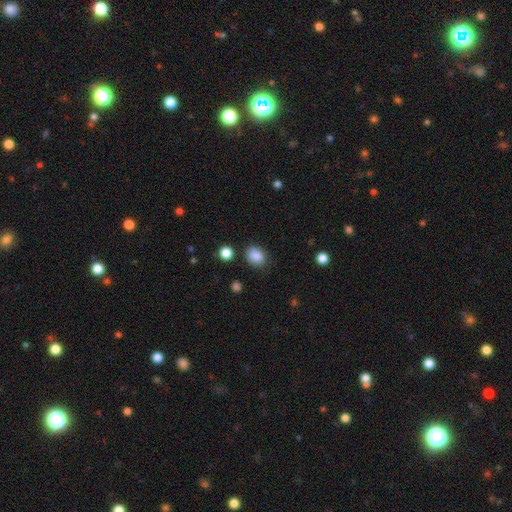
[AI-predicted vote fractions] smooth-or-featured: smooth: 87% | star or artifact: 10% | featured or disk: 4%
  how-rounded: in between: 54% | round: 45% | cigar-shaped: 1%
  merging: none: 80% | minor disturbance: 14% | major disturbance: 4% | merger: 3%